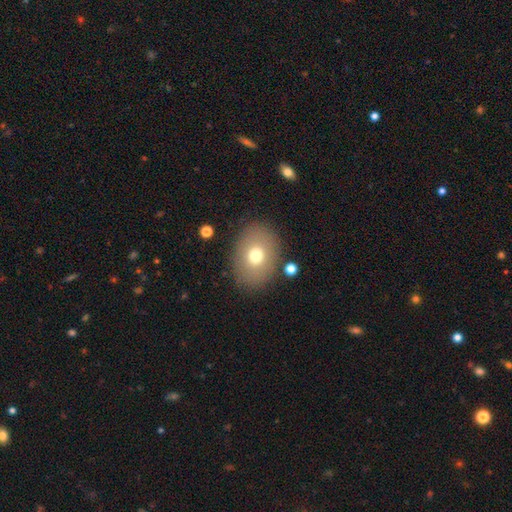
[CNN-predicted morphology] smooth_or_featured: smooth (p=0.72) [alt: featured or disk p=0.18]
how_rounded: in between (p=0.68) [alt: round p=0.31]
merging: none (p=0.85) [alt: minor disturbance p=0.09]